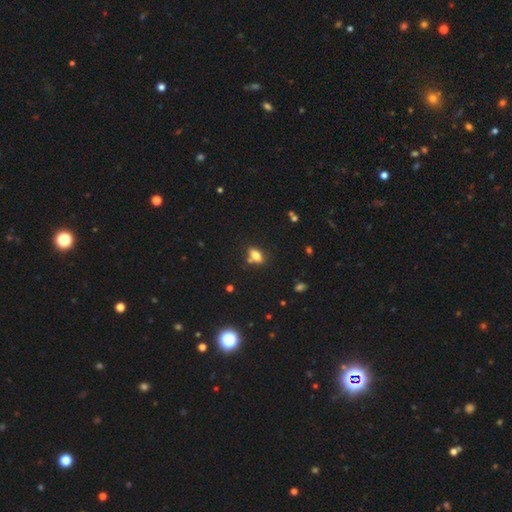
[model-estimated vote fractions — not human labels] Morphology: type=smooth (75%); roundness=in between (83%); merging=none (67%).